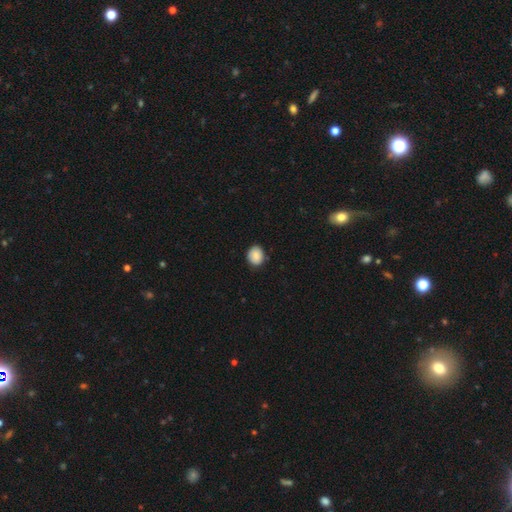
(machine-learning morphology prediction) Smooth or featured?
  - smooth: 86% *
  - star or artifact: 8%
  - featured or disk: 6%
How rounded?
  - round: 67% *
  - in between: 32%
  - cigar-shaped: 1%
Merging?
  - none: 85% *
  - minor disturbance: 12%
  - major disturbance: 2%
  - merger: 1%